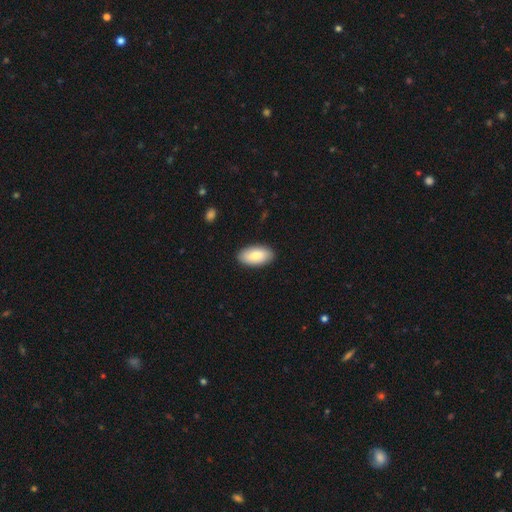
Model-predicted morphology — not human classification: The model was most divided on "smooth or featured": smooth: 82%, featured or disk: 13%, star or artifact: 5%. More confident: how rounded — in between (94%); merging — none (89%).